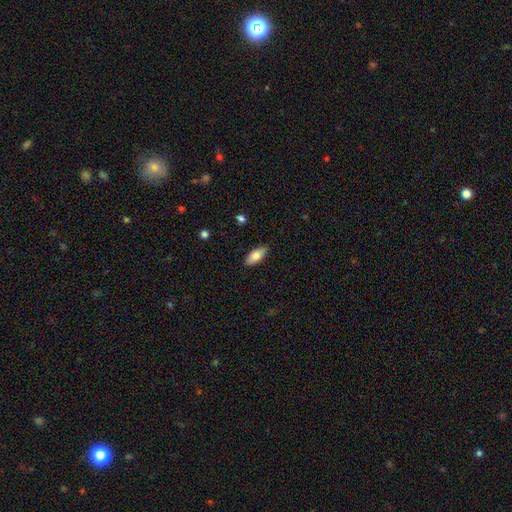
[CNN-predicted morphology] smooth 78%, featured or disk 15%, star or artifact 6%. Down the decision tree: how rounded — in between (84%); merging — none (87%).